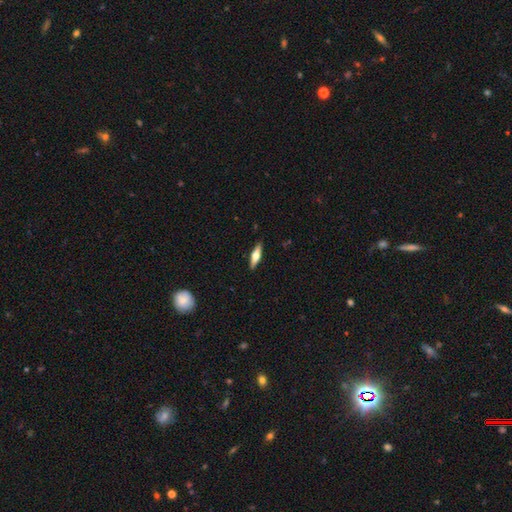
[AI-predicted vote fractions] This appears to be a featured or disk galaxy (49%). Merging: none (89%).